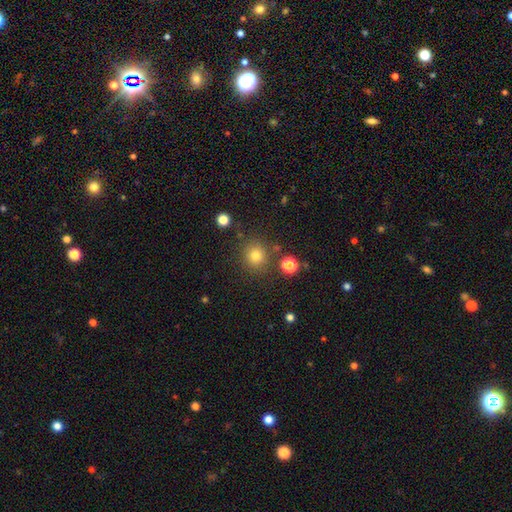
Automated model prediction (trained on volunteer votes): This appears to be a smooth galaxy with no disk features (78%) that is round (90%). Merging: none (82%).